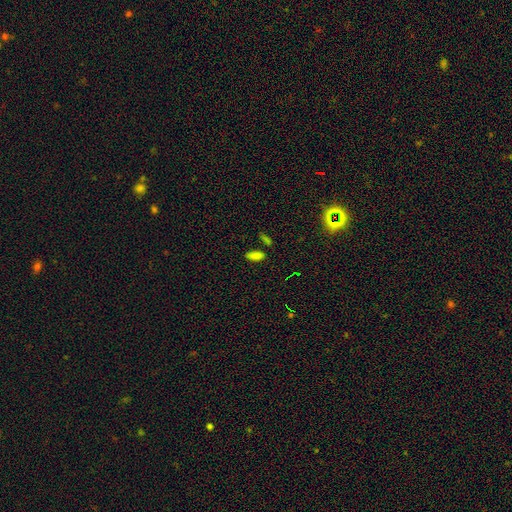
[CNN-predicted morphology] smooth_or_featured: smooth (p=0.78) [alt: star or artifact p=0.17]
how_rounded: in between (p=0.77) [alt: cigar-shaped p=0.20]
merging: none (p=0.77) [alt: minor disturbance p=0.12]